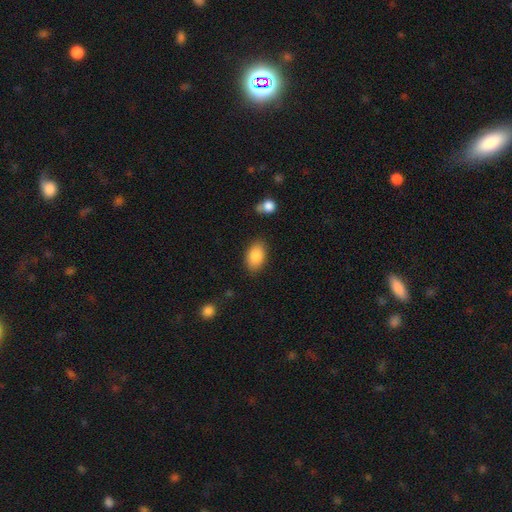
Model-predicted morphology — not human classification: A smooth galaxy with no disk features (86%) that is in between round and cigar-shaped (90%). Merging: none (82%).